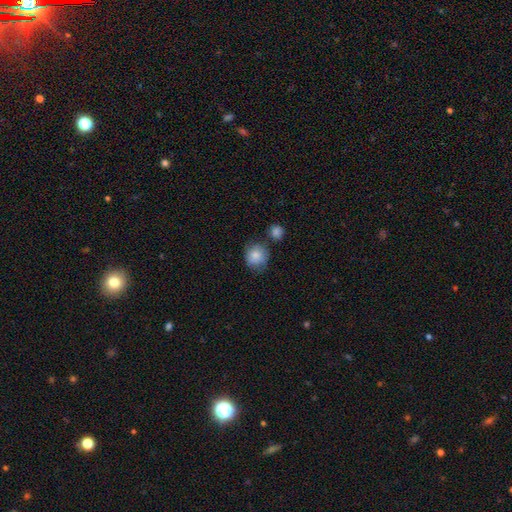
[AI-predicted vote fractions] Morphology: type=smooth (84%); roundness=round (86%); merging=none (67%).